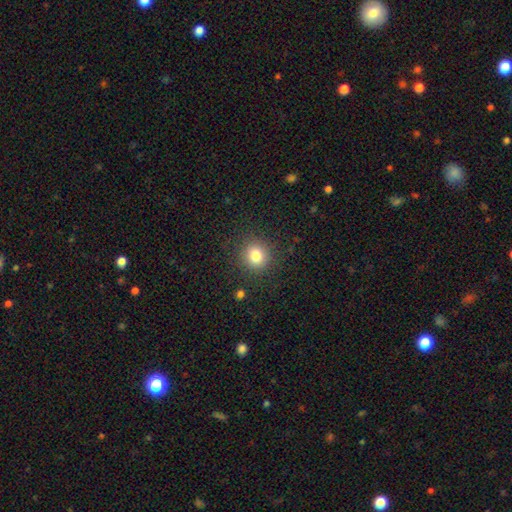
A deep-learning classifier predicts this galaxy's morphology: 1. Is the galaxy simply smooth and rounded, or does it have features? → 81% smooth, 12% star or artifact, 7% featured or disk.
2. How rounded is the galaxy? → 89% round, 10% in between, 1% cigar-shaped.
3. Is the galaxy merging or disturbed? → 88% none, 7% minor disturbance, 3% major disturbance, 1% merger.